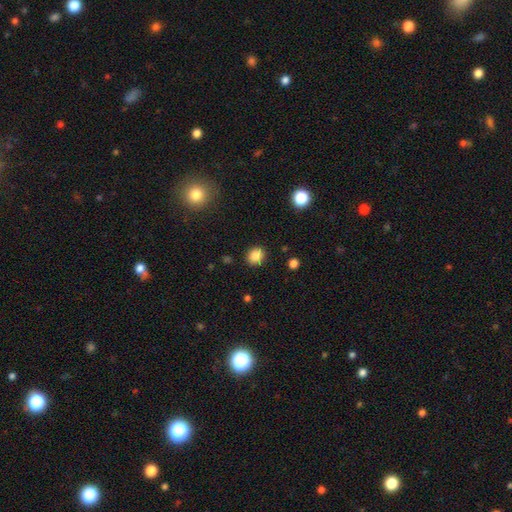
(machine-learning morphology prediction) A smooth galaxy with no disk features (85%) that is round (72%).

Vote fractions:
- Smooth or featured? smooth: 85% / star or artifact: 11% / featured or disk: 4%
- How rounded? round: 72% / in between: 27% / cigar-shaped: 1%
- Merging? none: 88% / minor disturbance: 8% / major disturbance: 2% / merger: 2%